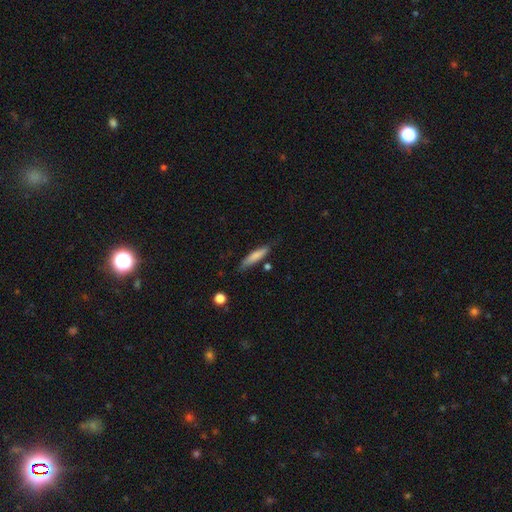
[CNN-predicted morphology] Smooth or featured? smooth (77%)
How rounded? cigar-shaped (81%)
Merging? none (75%)